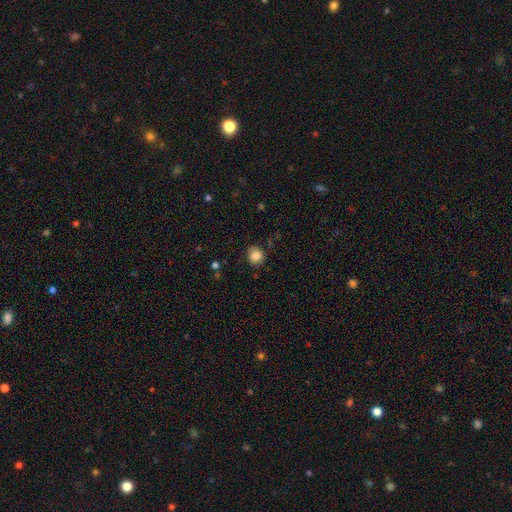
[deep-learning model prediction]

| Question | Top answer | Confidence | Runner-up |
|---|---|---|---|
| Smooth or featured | smooth | 84% | star or artifact (10%) |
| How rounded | round | 84% | in between (15%) |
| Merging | none | 84% | minor disturbance (12%) |